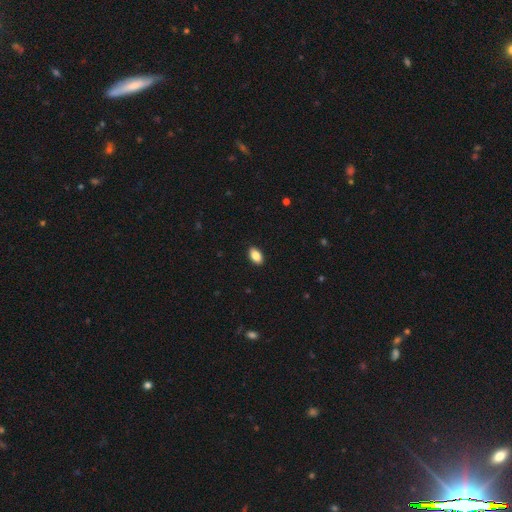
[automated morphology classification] A smooth galaxy with no disk features (87%) that is in between round and cigar-shaped (92%).

Vote fractions:
- Smooth or featured? smooth: 87% / star or artifact: 8% / featured or disk: 6%
- How rounded? in between: 92% / round: 6% / cigar-shaped: 2%
- Merging? none: 90% / minor disturbance: 7% / major disturbance: 2% / merger: 1%